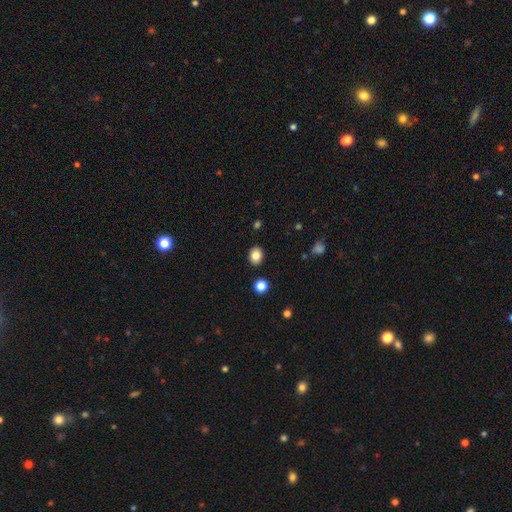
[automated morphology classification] Smooth or featured? smooth (84%)
How rounded? round (56%)
Merging? none (90%)